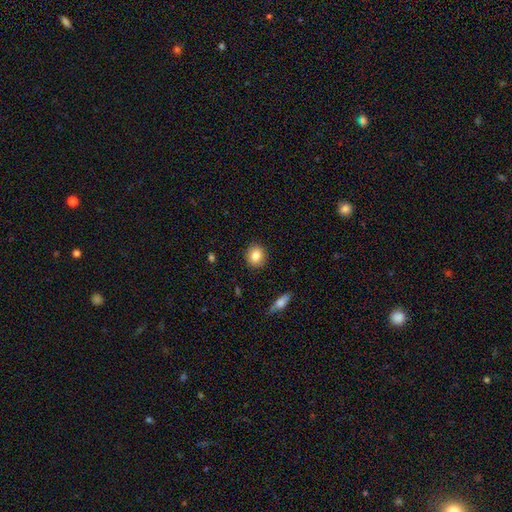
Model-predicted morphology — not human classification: type=smooth (83%); roundness=round (82%); merging=none (91%).